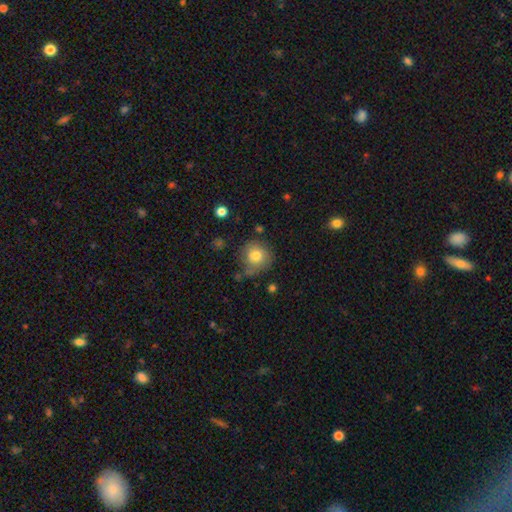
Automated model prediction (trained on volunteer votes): smooth-or-featured: smooth: 80% | featured or disk: 10% | star or artifact: 10%
  how-rounded: round: 90% | in between: 9% | cigar-shaped: 1%
  merging: none: 65% | minor disturbance: 22% | major disturbance: 8% | merger: 6%